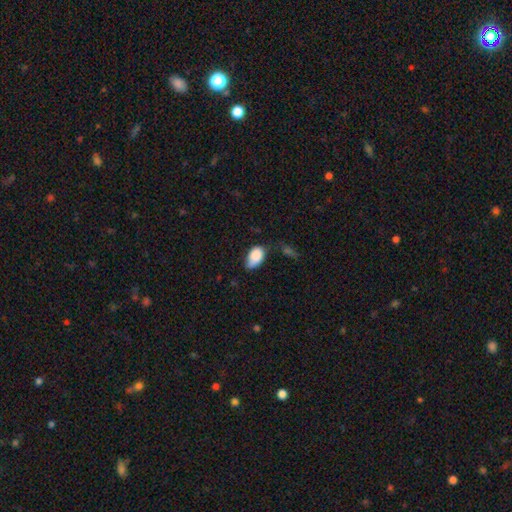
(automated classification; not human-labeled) Smooth or featured? Predicted: smooth (p=0.86). How rounded? Predicted: in between (p=0.92). Merging? Predicted: none (p=0.41, tied with minor disturbance).